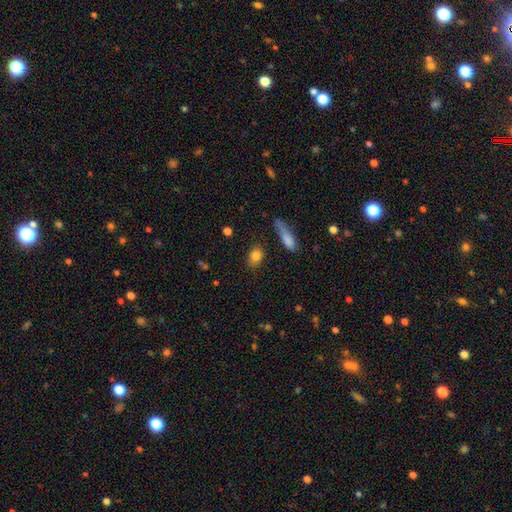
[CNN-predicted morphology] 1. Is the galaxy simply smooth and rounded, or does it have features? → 84% smooth, 9% star or artifact, 7% featured or disk.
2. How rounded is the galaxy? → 62% in between, 32% round, 6% cigar-shaped.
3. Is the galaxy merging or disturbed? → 80% none, 13% minor disturbance, 4% major disturbance, 4% merger.